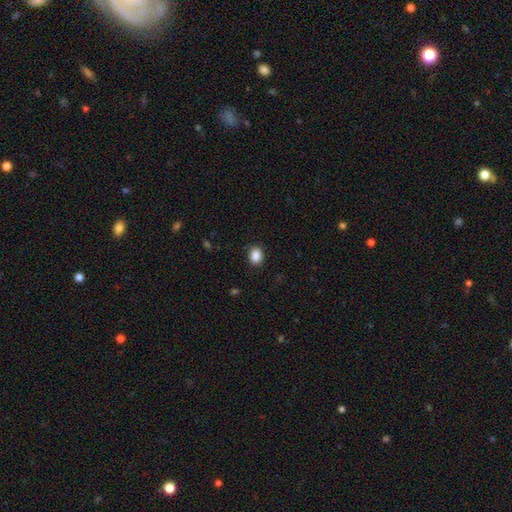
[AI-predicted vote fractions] smooth-or-featured: smooth: 88% | star or artifact: 9% | featured or disk: 3%
  how-rounded: in between: 65% | round: 34% | cigar-shaped: 1%
  merging: none: 88% | minor disturbance: 9% | major disturbance: 2% | merger: 1%